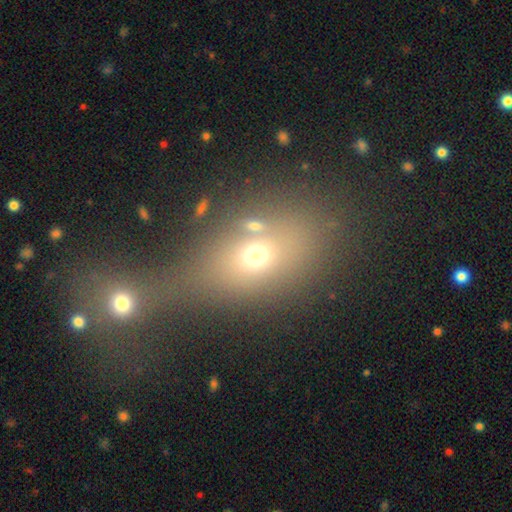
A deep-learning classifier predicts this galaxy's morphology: A smooth galaxy with no disk features (61%) that is in between round and cigar-shaped (65%). Merging: merger (50%).